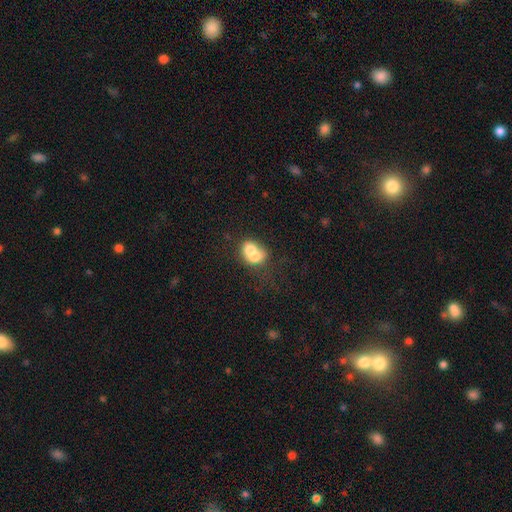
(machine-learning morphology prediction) A smooth galaxy with no disk features (65%) that is round (52%). Merging: merger (70%).